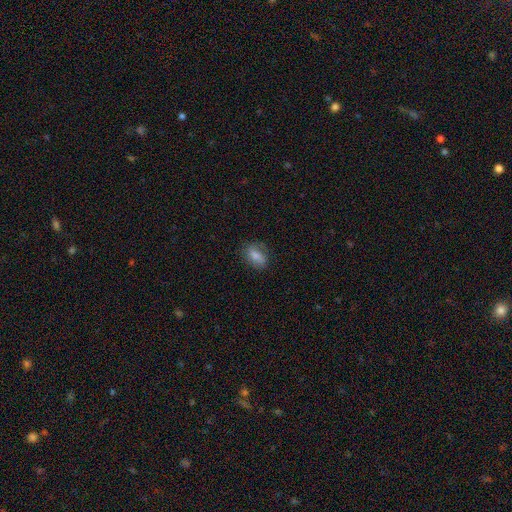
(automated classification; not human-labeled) smooth_or_featured: smooth (p=0.75) [alt: featured or disk p=0.17]
how_rounded: in between (p=0.84) [alt: round p=0.12]
merging: none (p=0.72) [alt: minor disturbance p=0.20]